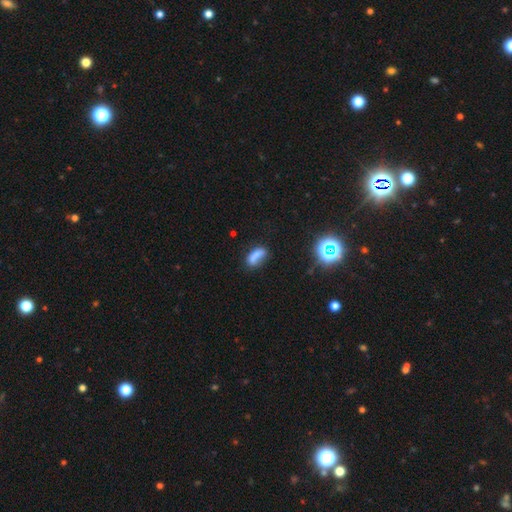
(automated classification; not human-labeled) smooth 66%, featured or disk 20%, star or artifact 14%. Down the decision tree: how rounded — in between (77%); merging — none (39%).